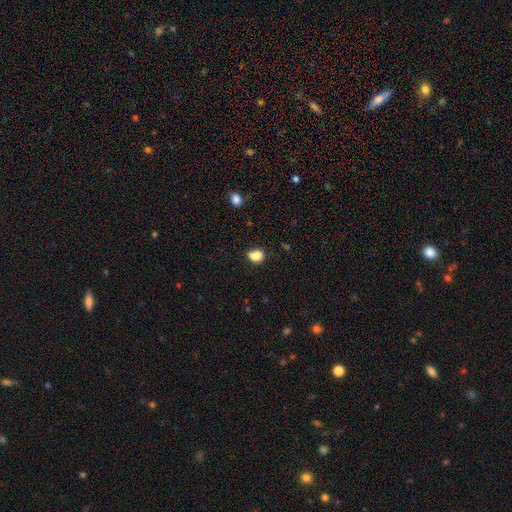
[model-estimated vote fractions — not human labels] Smooth or featured? smooth (80%)
How rounded? in between (59%)
Merging? none (45%)